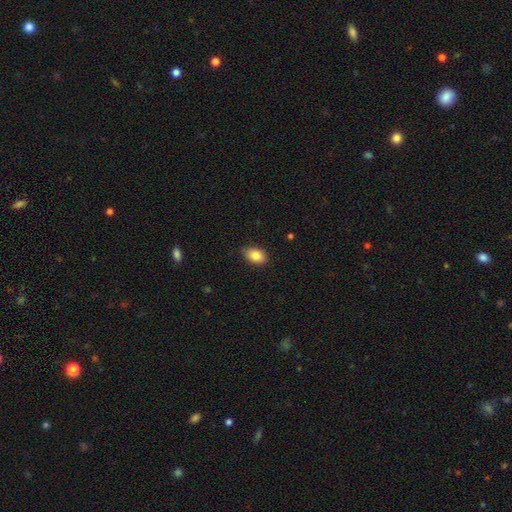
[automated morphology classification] A smooth galaxy with no disk features (85%) that is in between round and cigar-shaped (86%).

Vote fractions:
- Smooth or featured? smooth: 85% / star or artifact: 8% / featured or disk: 8%
- How rounded? in between: 86% / round: 13% / cigar-shaped: 1%
- Merging? none: 81% / minor disturbance: 16% / major disturbance: 2% / merger: 1%